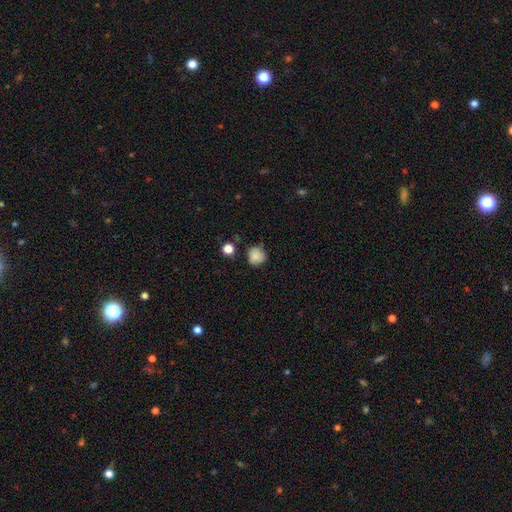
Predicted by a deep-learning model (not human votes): Morphology: type=smooth (85%); roundness=round (90%); merging=none (78%).